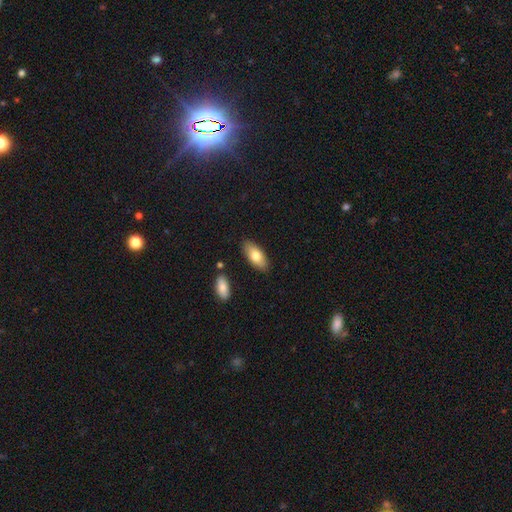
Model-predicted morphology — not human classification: smooth_or_featured: smooth (p=0.76) [alt: featured or disk p=0.18]
how_rounded: in between (p=0.87) [alt: cigar-shaped p=0.11]
merging: none (p=0.85) [alt: minor disturbance p=0.10]